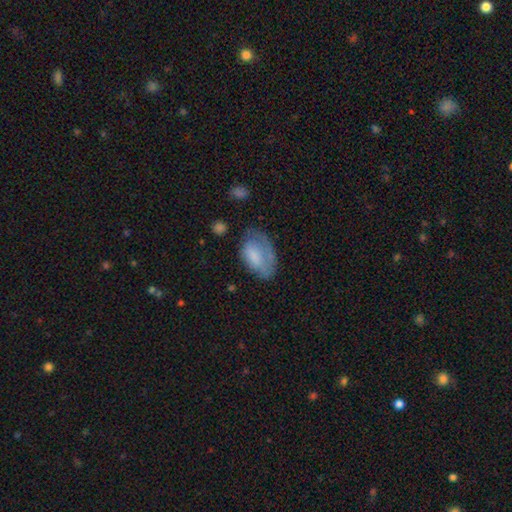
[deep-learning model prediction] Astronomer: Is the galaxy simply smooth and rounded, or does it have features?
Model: smooth — 68%.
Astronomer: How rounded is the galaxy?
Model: in between — 91%.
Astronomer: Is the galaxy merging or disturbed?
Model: none — 47% (runner-up: minor disturbance, 32%).